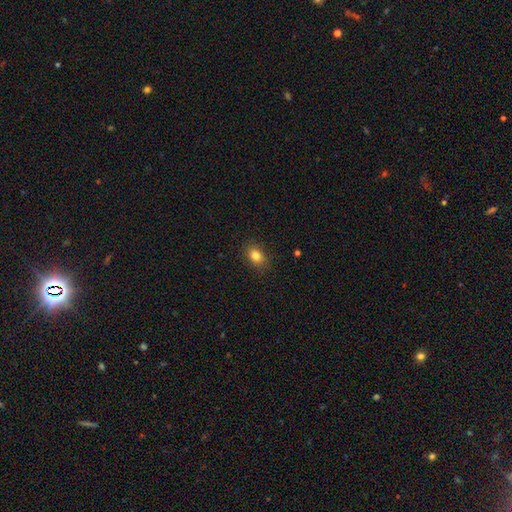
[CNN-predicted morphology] Smooth or featured? Predicted: smooth (p=0.83). How rounded? Predicted: in between (p=0.69). Merging? Predicted: none (p=0.87).